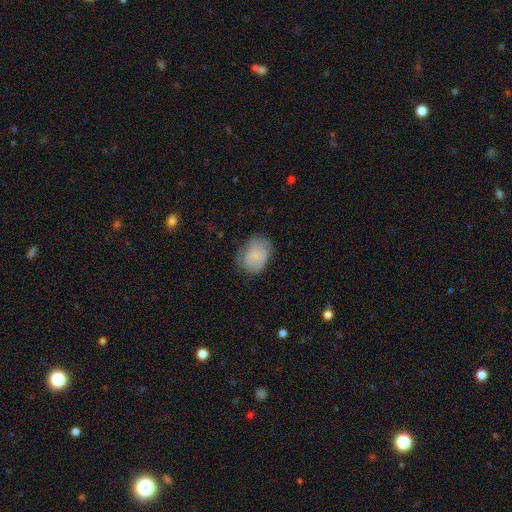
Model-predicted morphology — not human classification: Smooth or featured? Predicted: smooth (p=0.75). How rounded? Predicted: in between (p=0.60). Merging? Predicted: none (p=0.63).